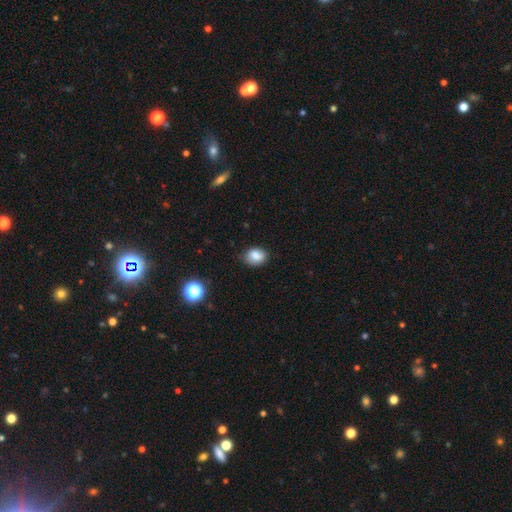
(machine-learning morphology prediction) Smooth or featured?
  - smooth: 83% *
  - star or artifact: 10%
  - featured or disk: 7%
How rounded?
  - in between: 65% *
  - round: 34%
  - cigar-shaped: 1%
Merging?
  - none: 74% *
  - minor disturbance: 21%
  - major disturbance: 4%
  - merger: 2%